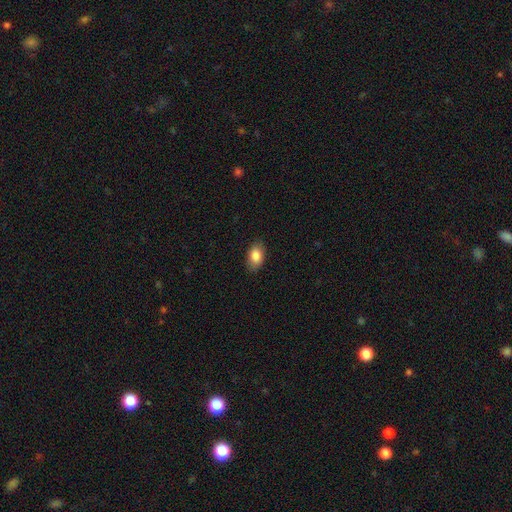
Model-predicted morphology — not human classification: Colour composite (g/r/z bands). It shows a smooth galaxy with no disk features (85%) that is in between round and cigar-shaped (90%). Merging: none (86%).